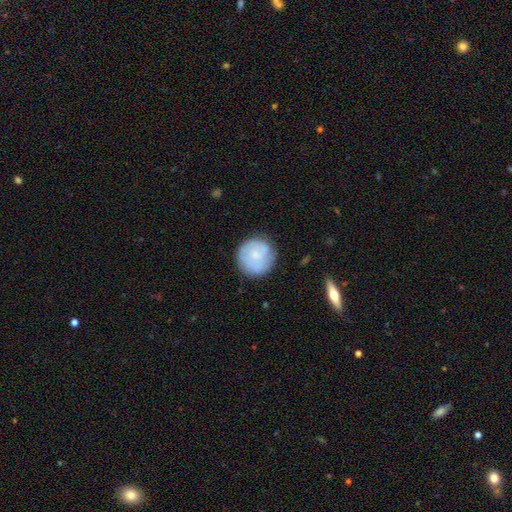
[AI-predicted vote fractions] smooth 65%, featured or disk 29%, star or artifact 7%. Down the decision tree: how rounded — round (93%); merging — none (77%).